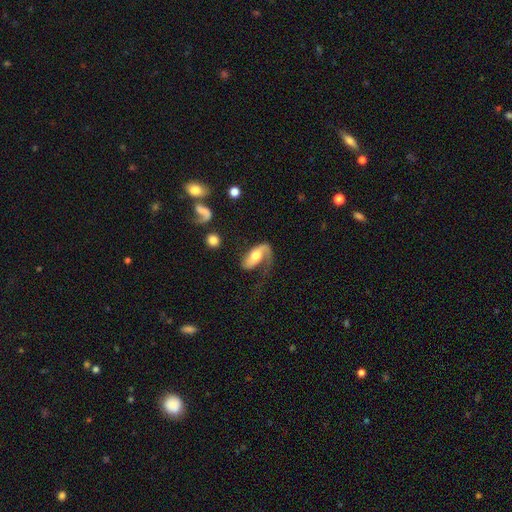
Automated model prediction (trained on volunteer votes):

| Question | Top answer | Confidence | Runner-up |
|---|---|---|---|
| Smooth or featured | featured or disk | 73% | smooth (21%) |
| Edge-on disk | no | 94% | yes (6%) |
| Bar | no | 54% | weak (30%) |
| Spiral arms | yes | 92% | no (8%) |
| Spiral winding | loose | 53% | medium (34%) |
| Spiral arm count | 2 | 52% | 1 (42%) |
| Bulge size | moderate | 64% | large (21%) |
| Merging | none | 39% | major disturbance (37%) |